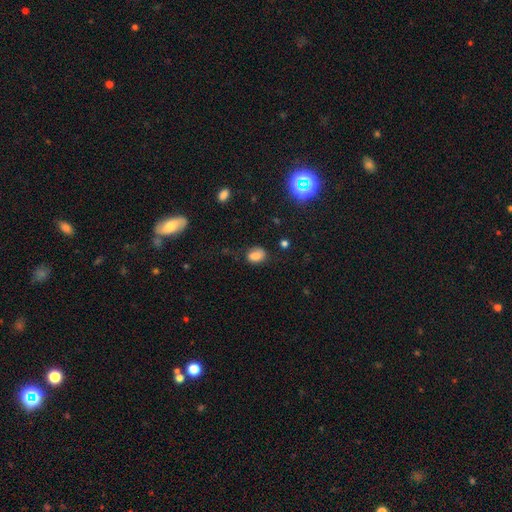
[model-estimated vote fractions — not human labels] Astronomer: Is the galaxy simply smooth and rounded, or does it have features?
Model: smooth — 78%.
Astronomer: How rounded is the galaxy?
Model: in between — 65%.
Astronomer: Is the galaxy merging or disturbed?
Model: none — 63%.